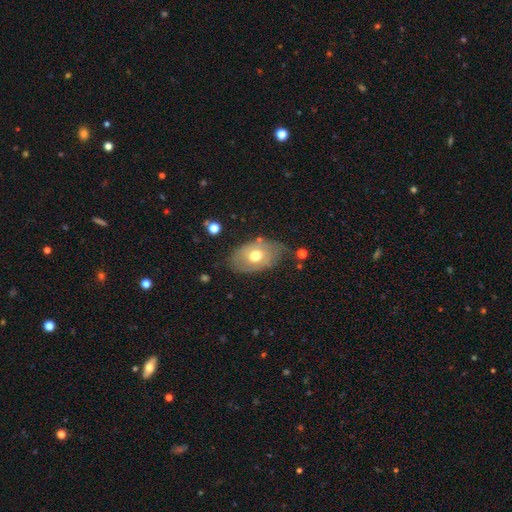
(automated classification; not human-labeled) Smooth or featured?
  - smooth: 51% *
  - featured or disk: 42%
  - star or artifact: 7%
How rounded?
  - in between: 84% *
  - round: 15%
  - cigar-shaped: 1%
Merging?
  - none: 60% *
  - minor disturbance: 28%
  - major disturbance: 10%
  - merger: 3%